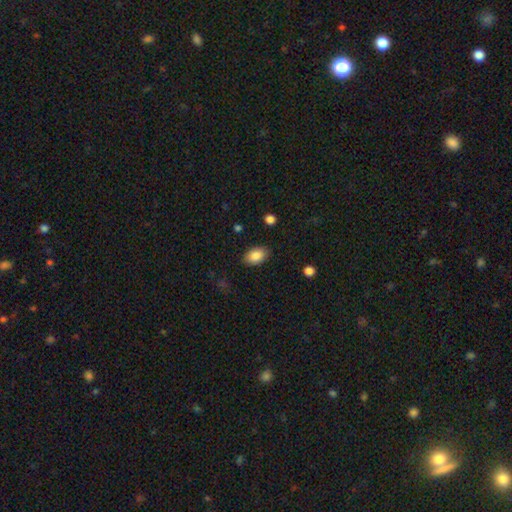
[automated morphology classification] smooth 86%, star or artifact 7%, featured or disk 6%. Down the decision tree: how rounded — in between (90%); merging — none (85%).